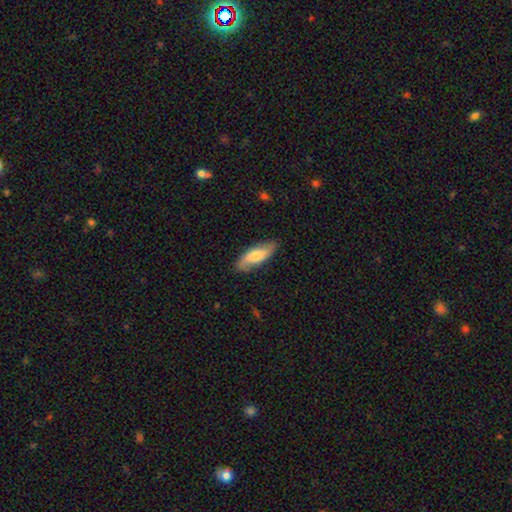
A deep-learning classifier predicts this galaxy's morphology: The model was most divided on "smooth or featured": smooth: 64%, featured or disk: 30%, star or artifact: 6%. More confident: merging — none (81%); how rounded — in between (67%).